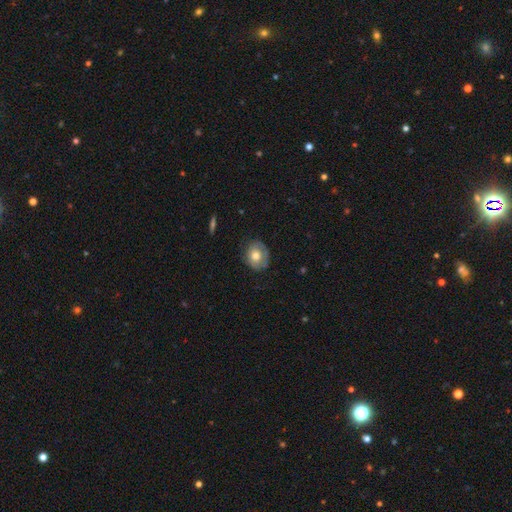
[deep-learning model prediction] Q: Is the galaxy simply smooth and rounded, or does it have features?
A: smooth — 62%.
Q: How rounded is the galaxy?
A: round — 61%.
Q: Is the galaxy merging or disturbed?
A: none — 74%.